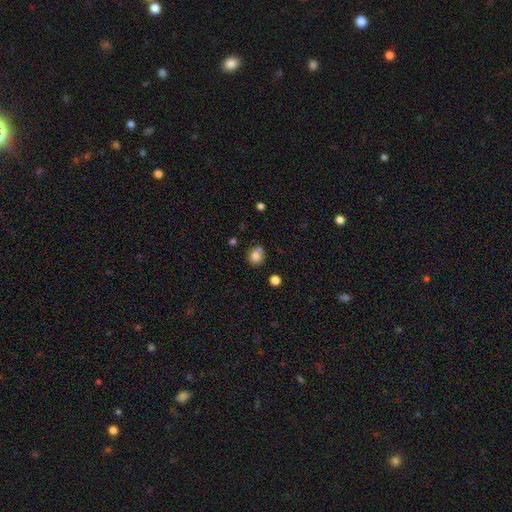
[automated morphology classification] Smooth or featured?
  - smooth: 80% *
  - star or artifact: 11%
  - featured or disk: 8%
How rounded?
  - round: 85% *
  - in between: 14%
  - cigar-shaped: 1%
Merging?
  - none: 73% *
  - minor disturbance: 14%
  - merger: 9%
  - major disturbance: 3%